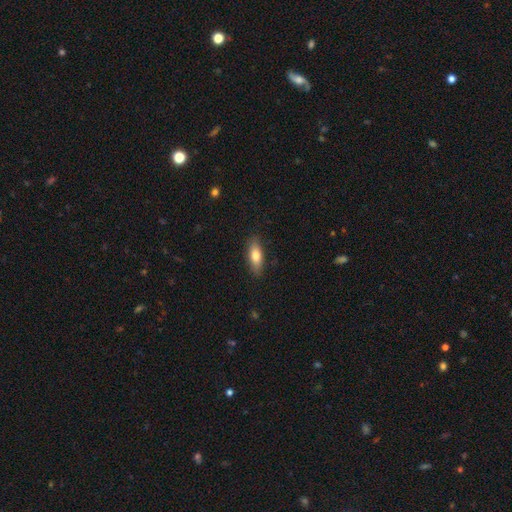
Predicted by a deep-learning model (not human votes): Smooth or featured? Predicted: smooth (p=0.76). How rounded? Predicted: in between (p=0.69). Merging? Predicted: none (p=0.85).